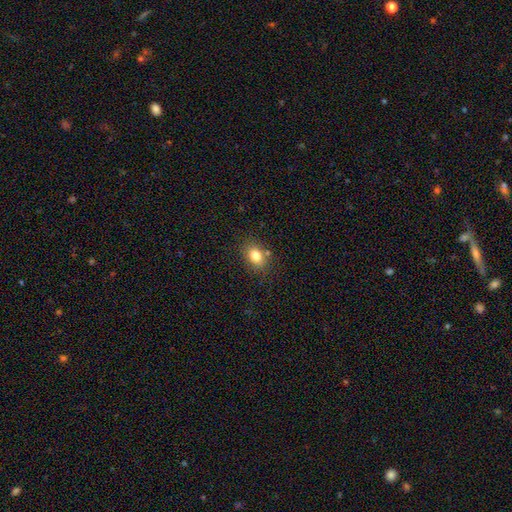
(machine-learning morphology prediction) Smooth or featured: smooth — 81% (star or artifact — 10%)
How rounded: in between — 68% (round — 31%)
Merging: none — 78% (minor disturbance — 12%)